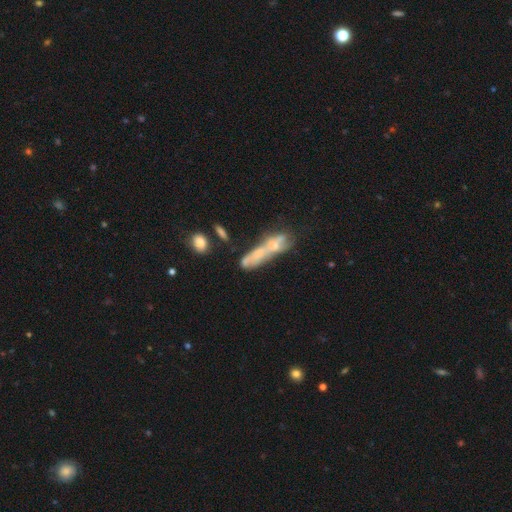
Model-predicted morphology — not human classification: smooth-or-featured: smooth: 51% | featured or disk: 37% | star or artifact: 12%
  how-rounded: cigar-shaped: 51% | in between: 42% | round: 6%
  merging: merger: 53% | none: 19% | major disturbance: 16% | minor disturbance: 12%